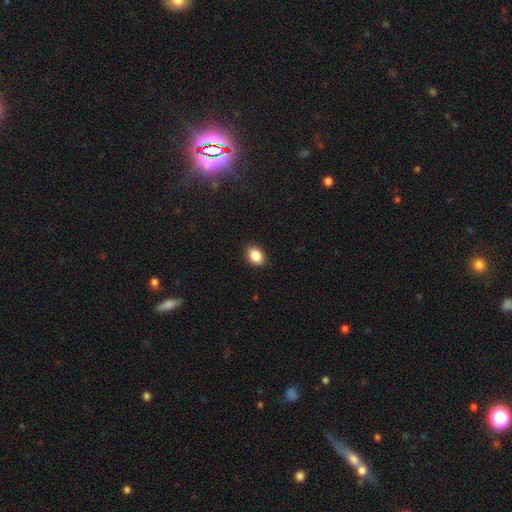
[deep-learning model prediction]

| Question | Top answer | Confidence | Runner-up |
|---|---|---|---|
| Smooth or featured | smooth | 88% | star or artifact (8%) |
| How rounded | in between | 77% | round (22%) |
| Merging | none | 89% | minor disturbance (8%) |